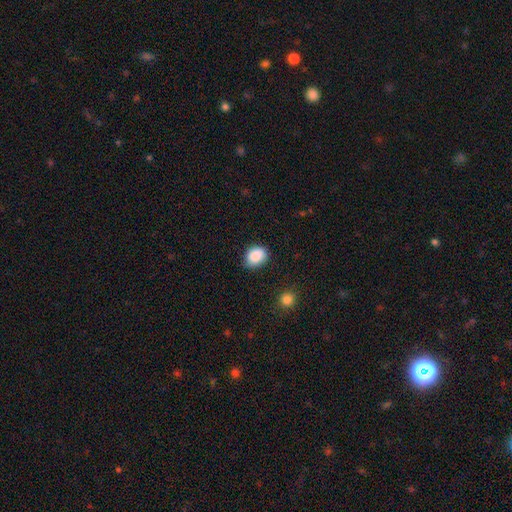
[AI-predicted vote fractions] This appears to be a smooth galaxy with no disk features (88%) that is in between round and cigar-shaped (58%). Merging: none (76%).